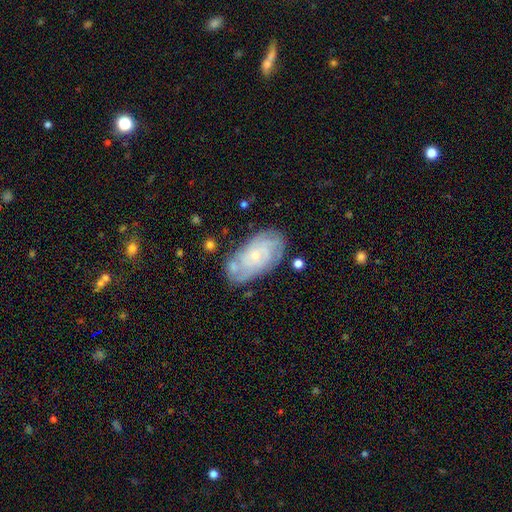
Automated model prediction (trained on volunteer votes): The model was most divided on "spiral arm count": can't tell: 41%, 4: 19%, 3: 15%, 2: 12%, more than 4: 8%, 1: 5%. More confident: edge-on disk — no (95%); spiral arms — yes (92%); bar — no (76%); bulge size — small (75%); smooth or featured — featured or disk (74%); merging — none (70%); spiral winding — tight (69%).